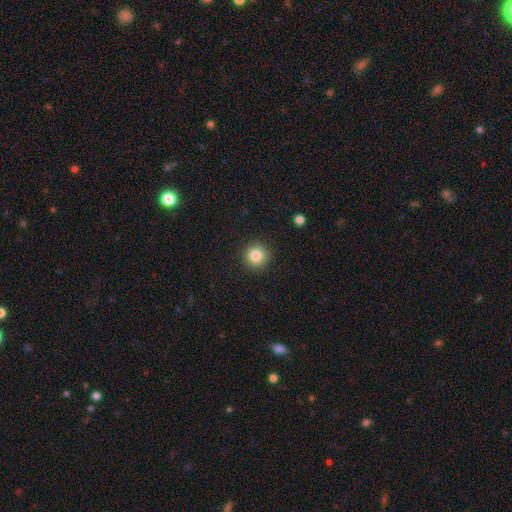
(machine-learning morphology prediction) smooth_or_featured: smooth (p=0.84) [alt: star or artifact p=0.11]
how_rounded: round (p=0.95) [alt: in between p=0.04]
merging: none (p=0.91) [alt: minor disturbance p=0.06]